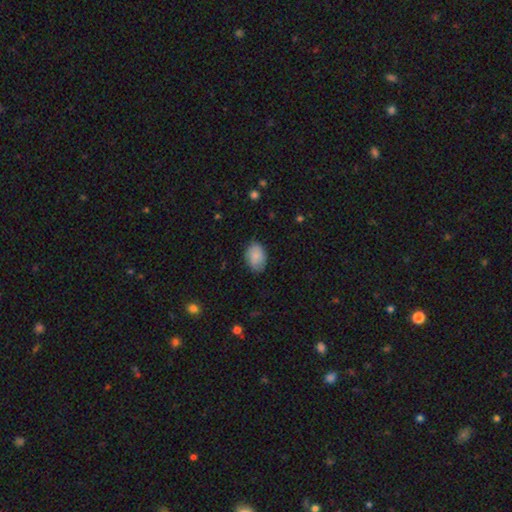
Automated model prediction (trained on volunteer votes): This appears to be a smooth galaxy with no disk features (87%) that is in between round and cigar-shaped (85%). Merging: none (81%).